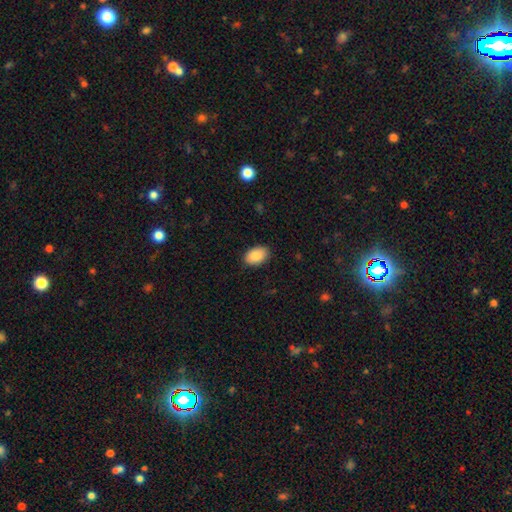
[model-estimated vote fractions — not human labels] Smooth or featured?
  - smooth: 89% *
  - star or artifact: 7%
  - featured or disk: 4%
How rounded?
  - in between: 90% *
  - round: 9%
  - cigar-shaped: 1%
Merging?
  - none: 87% *
  - minor disturbance: 10%
  - major disturbance: 2%
  - merger: 1%